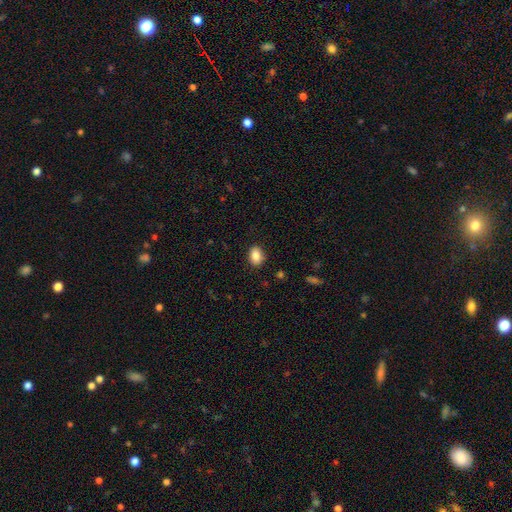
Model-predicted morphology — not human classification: This is clearly a smooth galaxy (86%). How rounded: likely in between (70%). Merging: clearly none (88%).